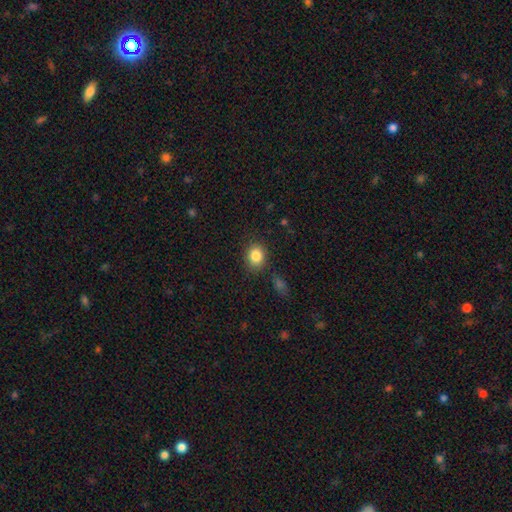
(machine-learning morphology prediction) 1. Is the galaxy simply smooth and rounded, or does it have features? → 84% smooth, 10% star or artifact, 6% featured or disk.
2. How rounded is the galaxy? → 60% round, 39% in between, 1% cigar-shaped.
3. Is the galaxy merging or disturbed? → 83% none, 10% minor disturbance, 3% major disturbance, 3% merger.